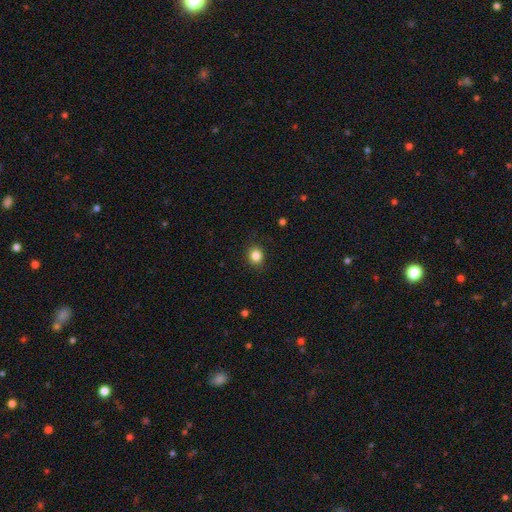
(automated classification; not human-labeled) smooth_or_featured: smooth (p=0.85) [alt: star or artifact p=0.11]
how_rounded: round (p=0.76) [alt: in between p=0.23]
merging: none (p=0.88) [alt: minor disturbance p=0.09]